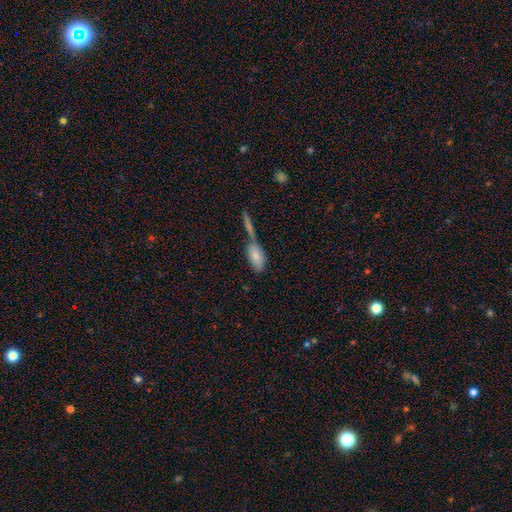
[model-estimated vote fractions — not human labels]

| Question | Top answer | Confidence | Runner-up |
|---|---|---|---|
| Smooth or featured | smooth | 77% | featured or disk (16%) |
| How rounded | in between | 87% | cigar-shaped (10%) |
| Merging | merger | 42% | none (40%) |